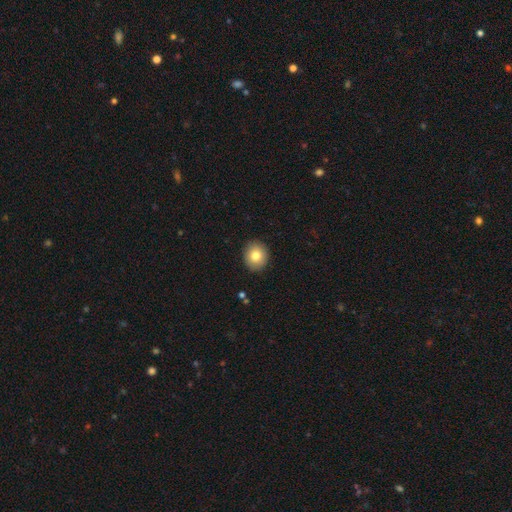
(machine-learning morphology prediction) The model was most divided on "how rounded": round: 77%, in between: 22%, cigar-shaped: 1%. More confident: merging — none (90%); smooth or featured — smooth (81%).